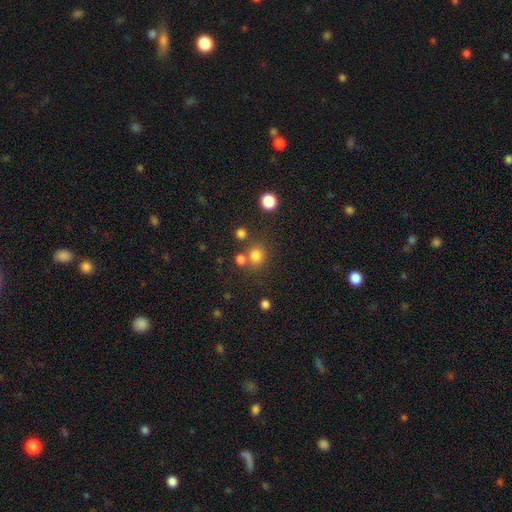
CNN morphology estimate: Smooth or featured?
  - smooth: 78% *
  - star or artifact: 16%
  - featured or disk: 6%
How rounded?
  - round: 85% *
  - in between: 14%
  - cigar-shaped: 1%
Merging?
  - none: 71% *
  - merger: 17%
  - minor disturbance: 9%
  - major disturbance: 4%